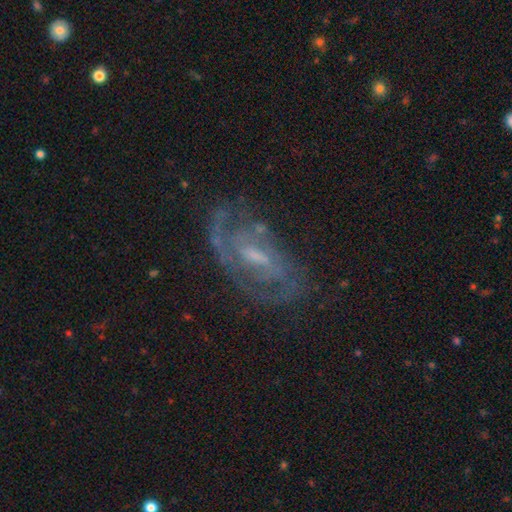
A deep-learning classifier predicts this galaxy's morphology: The model was most divided on "spiral winding": tight: 44%, medium: 43%, loose: 13%. Remaining: edge-on disk — no (95%); spiral arms — yes (89%); smooth or featured — featured or disk (83%); merging — none (67%); spiral arm count — 2 (54%); bar — weak (54%); bulge size — small (45%).